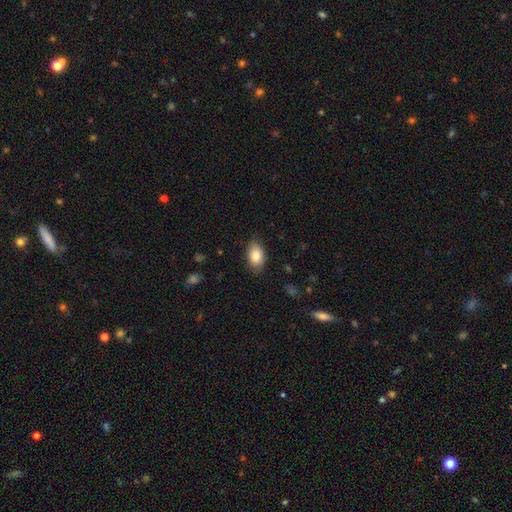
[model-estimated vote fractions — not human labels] Smooth or featured: smooth — 85% (featured or disk — 8%)
How rounded: in between — 89% (round — 10%)
Merging: none — 83% (minor disturbance — 14%)